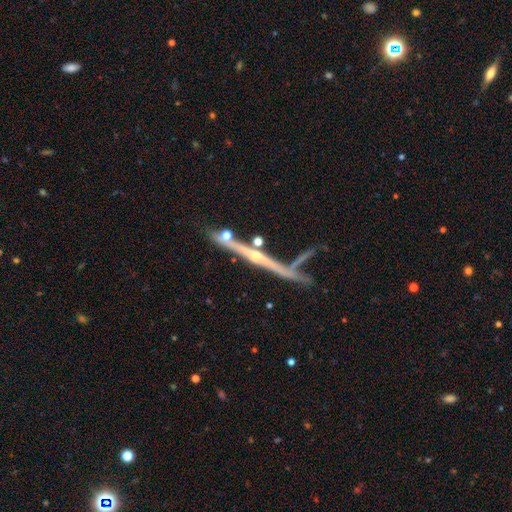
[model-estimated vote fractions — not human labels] Smooth or featured? Predicted: featured or disk (p=0.77). Edge-on disk? Predicted: yes (p=0.93). Edge-on bulge? Predicted: rounded (p=0.53). Merging? Predicted: none (p=0.54).